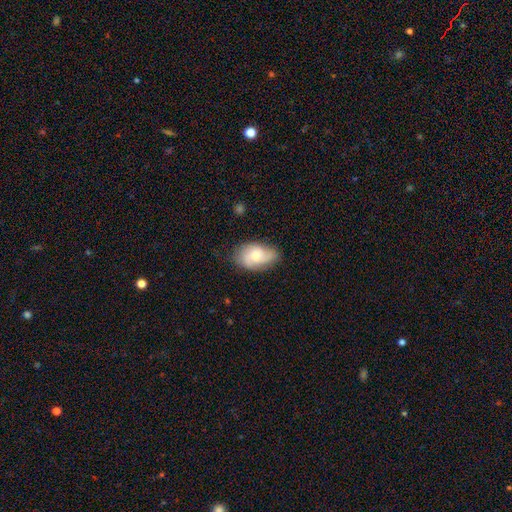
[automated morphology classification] A featured or disk galaxy (48%).

Vote fractions:
- Smooth or featured? featured or disk: 48% / smooth: 45% / star or artifact: 7%
- Merging? none: 72% / minor disturbance: 21% / major disturbance: 6% / merger: 1%